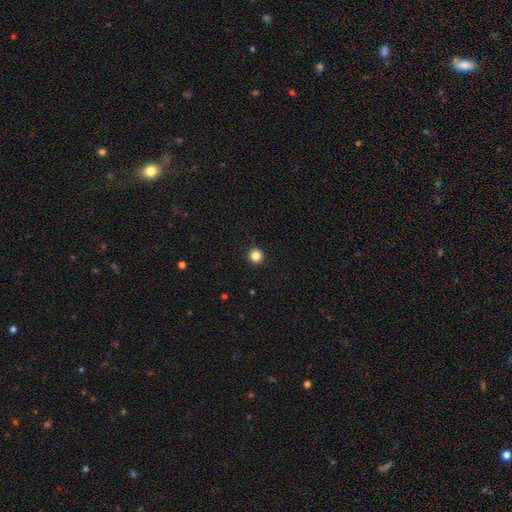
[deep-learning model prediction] smooth-or-featured: smooth: 85% | star or artifact: 12% | featured or disk: 4%
  how-rounded: round: 96% | in between: 3% | cigar-shaped: 1%
  merging: none: 94% | minor disturbance: 3% | major disturbance: 1% | merger: 1%